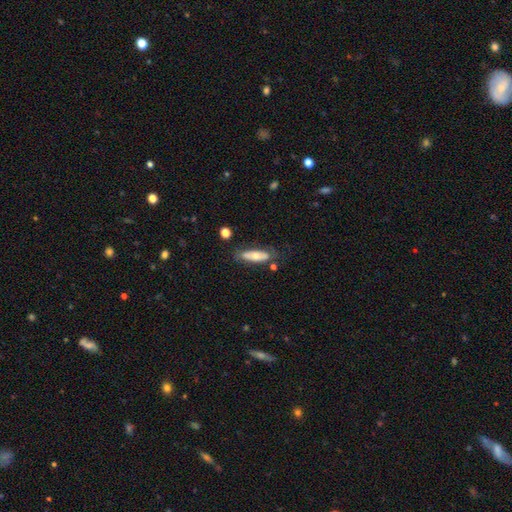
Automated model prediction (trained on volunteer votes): smooth-or-featured: smooth: 55% | featured or disk: 39% | star or artifact: 6%
  how-rounded: in between: 55% | cigar-shaped: 43% | round: 2%
  merging: none: 66% | minor disturbance: 21% | major disturbance: 8% | merger: 6%